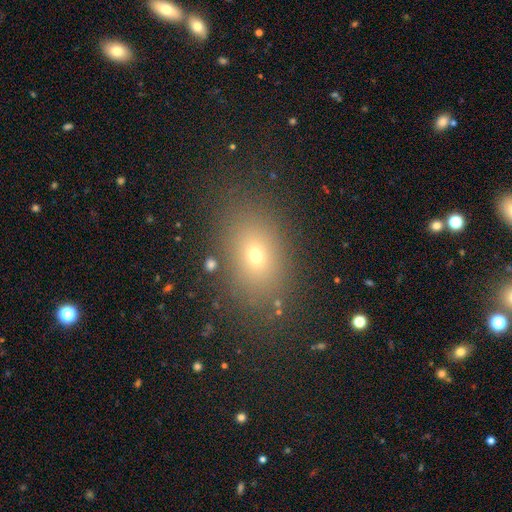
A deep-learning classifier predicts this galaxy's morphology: smooth 67%, star or artifact 19%, featured or disk 15%. Down the decision tree: how rounded — in between (77%); merging — none (80%).